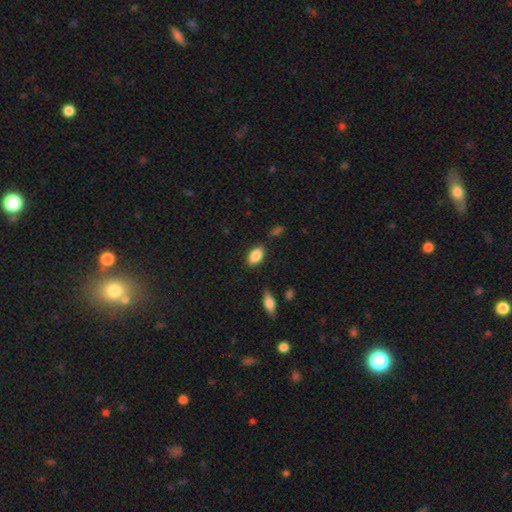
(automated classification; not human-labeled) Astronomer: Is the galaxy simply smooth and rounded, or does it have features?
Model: smooth — 86%.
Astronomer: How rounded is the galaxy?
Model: in between — 90%.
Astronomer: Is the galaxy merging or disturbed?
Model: none — 82%.